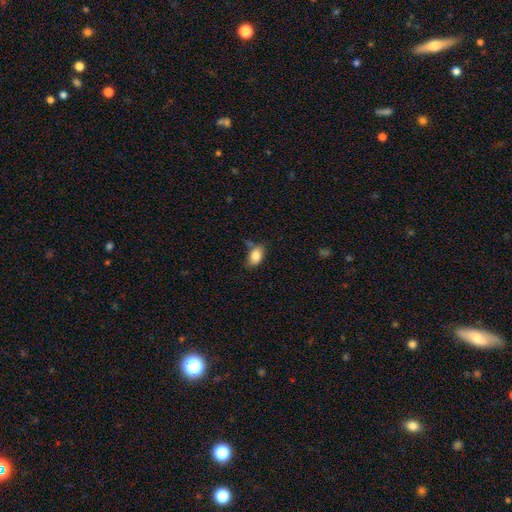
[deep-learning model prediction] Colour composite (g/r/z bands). It shows a smooth galaxy with no disk features (85%) that is in between round and cigar-shaped (88%). Merging: none (66%).